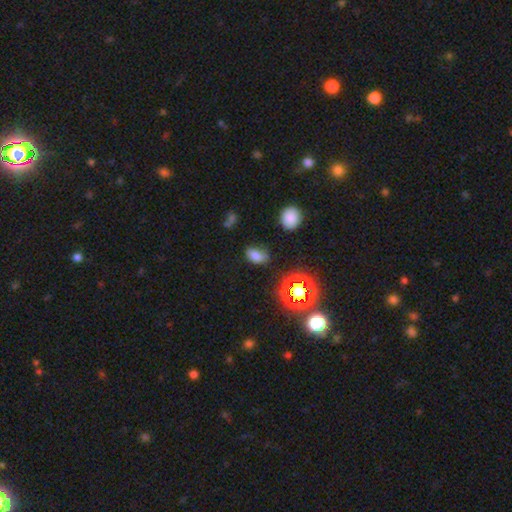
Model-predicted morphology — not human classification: This appears to be a smooth galaxy with no disk features (70%) that is in between round and cigar-shaped (87%). Merging: none (71%).